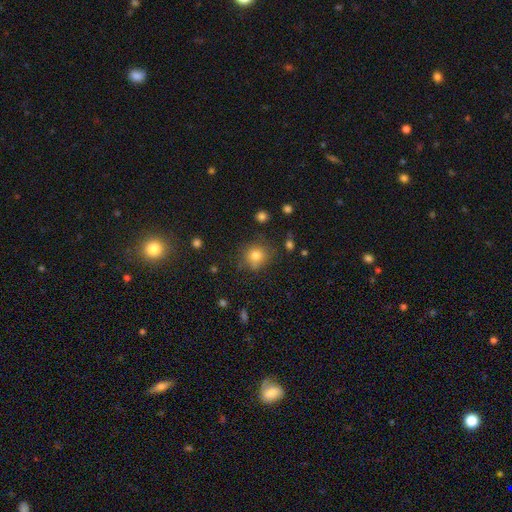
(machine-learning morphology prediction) This appears to be a smooth galaxy with no disk features (80%) that is round (87%). Merging: none (76%).